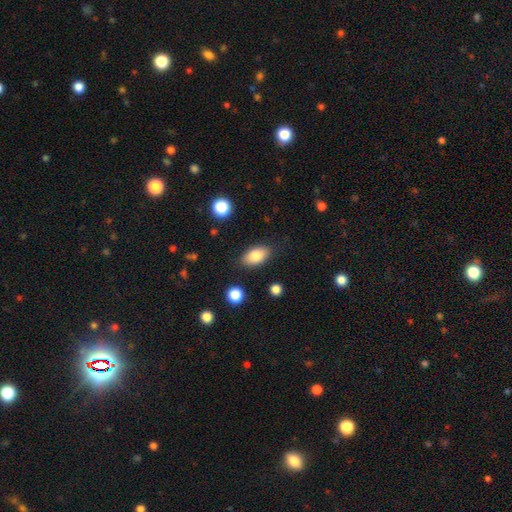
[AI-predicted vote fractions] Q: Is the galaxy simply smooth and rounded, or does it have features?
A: smooth — 83%.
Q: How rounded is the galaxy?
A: in between — 91%.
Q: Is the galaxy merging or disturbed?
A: none — 84%.